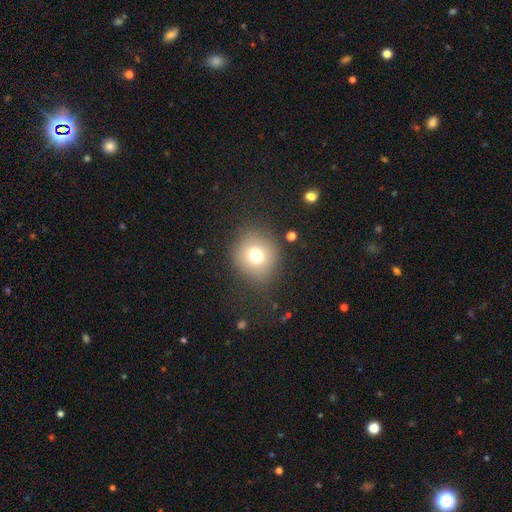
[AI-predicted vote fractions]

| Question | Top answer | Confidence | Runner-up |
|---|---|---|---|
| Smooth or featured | smooth | 73% | star or artifact (15%) |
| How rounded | round | 83% | in between (16%) |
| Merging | none | 82% | minor disturbance (11%) |